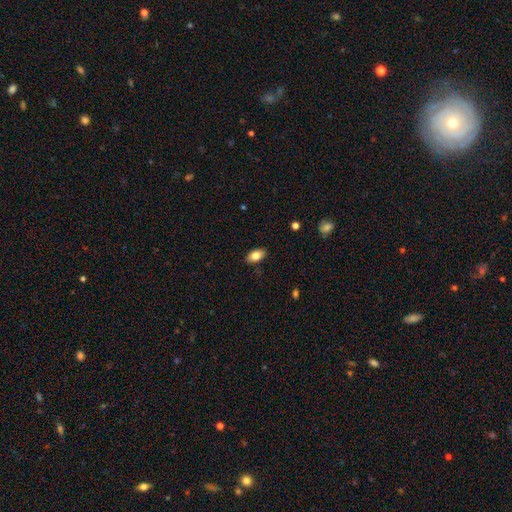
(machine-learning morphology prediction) Overall: smooth (81%). How rounded: in between (92%). Merging: none (87%).